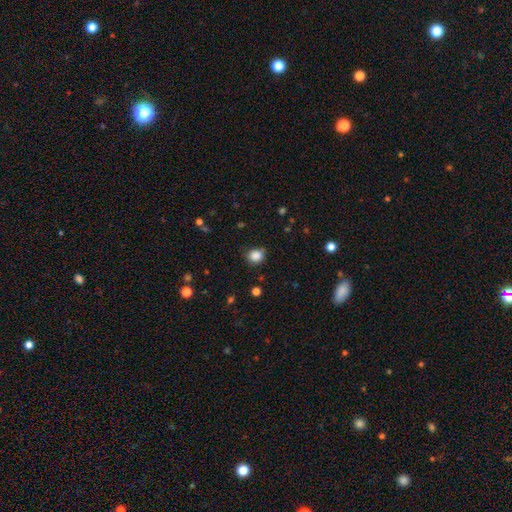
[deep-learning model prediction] The model was most divided on "how rounded": round: 76%, in between: 23%, cigar-shaped: 1%. More confident: smooth or featured — smooth (85%); merging — none (76%).